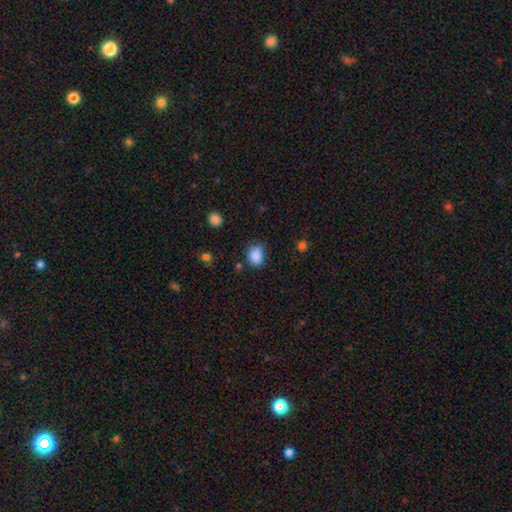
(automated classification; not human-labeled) smooth_or_featured: smooth (p=0.86) [alt: star or artifact p=0.10]
how_rounded: in between (p=0.53) [alt: round p=0.46]
merging: none (p=0.69) [alt: minor disturbance p=0.22]